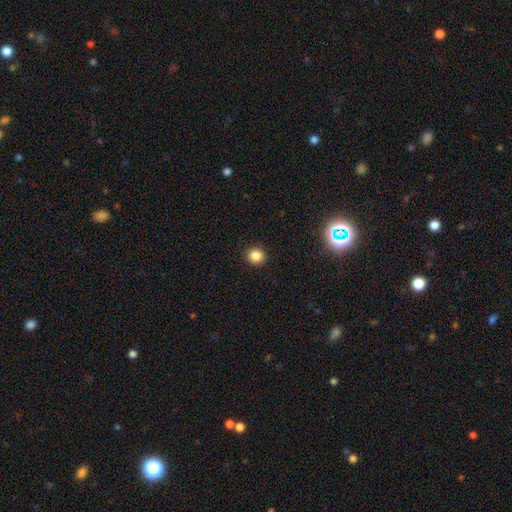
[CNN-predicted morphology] Smooth or featured? smooth (85%)
How rounded? round (85%)
Merging? none (92%)